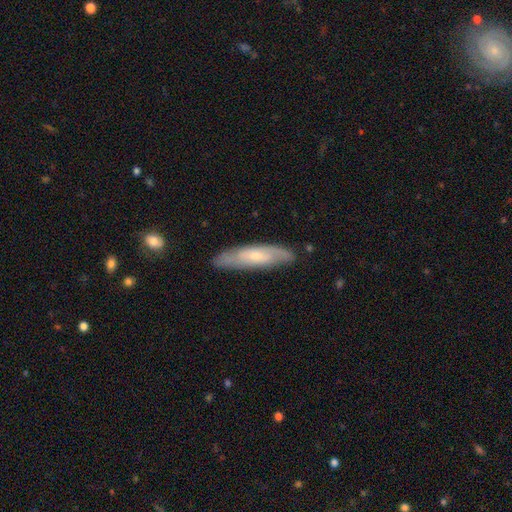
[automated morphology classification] Q: Smooth or featured?
A: featured or disk (52%); runner-up: smooth (42%)
Q: Edge-on disk?
A: no (60%); runner-up: yes (40%)
Q: Merging?
A: none (82%); runner-up: minor disturbance (14%)